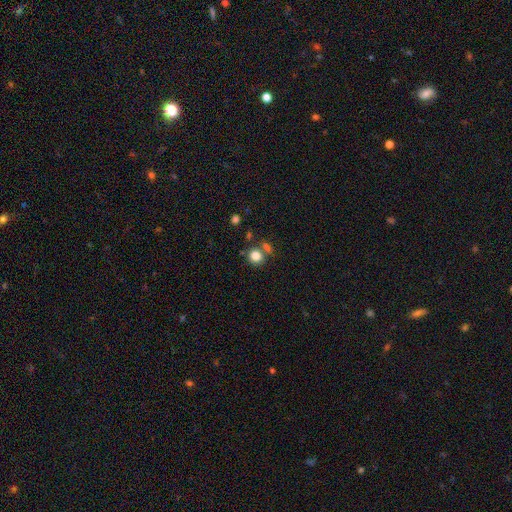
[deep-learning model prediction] This is clearly a smooth galaxy (81%). How rounded: clearly round (83%). Merging: likely none (65%).